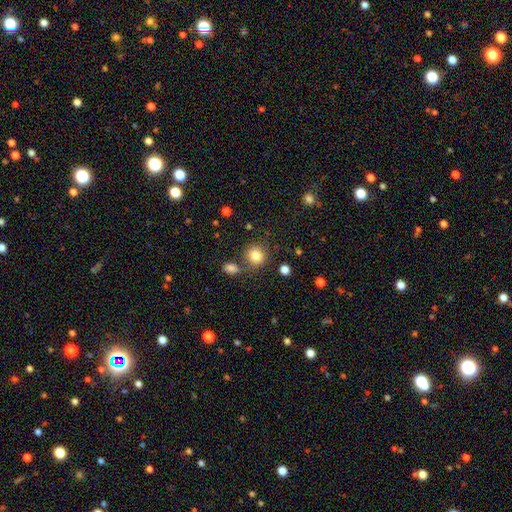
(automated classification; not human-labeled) This is clearly a smooth galaxy (83%). How rounded: clearly round (87%). Merging: likely none (77%).